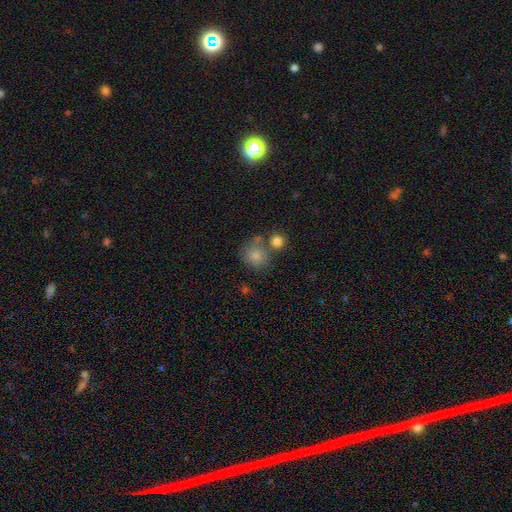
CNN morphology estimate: smooth-or-featured: smooth: 80% | star or artifact: 11% | featured or disk: 9%
  how-rounded: round: 85% | in between: 15% | cigar-shaped: 1%
  merging: none: 58% | merger: 24% | minor disturbance: 12% | major disturbance: 5%